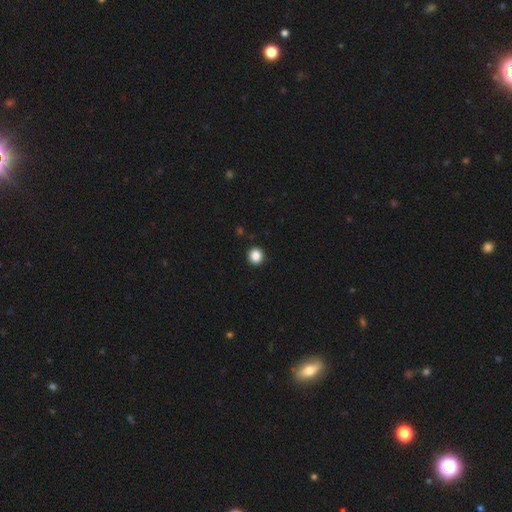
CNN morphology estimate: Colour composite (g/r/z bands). It shows a smooth galaxy with no disk features (87%) that is round (88%). Merging: none (92%).